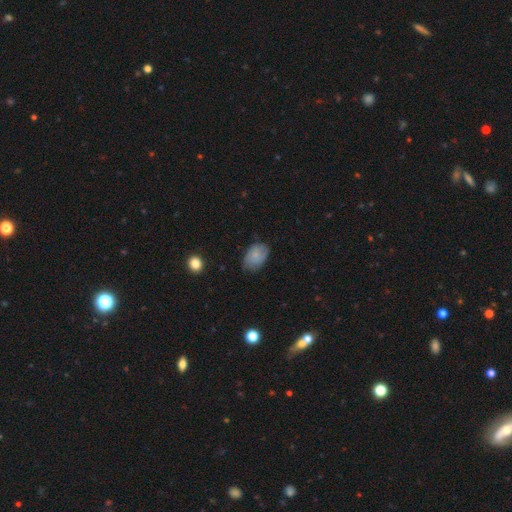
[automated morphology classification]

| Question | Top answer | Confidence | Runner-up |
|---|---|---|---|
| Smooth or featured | smooth | 74% | featured or disk (19%) |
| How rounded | in between | 87% | round (11%) |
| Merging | none | 66% | minor disturbance (28%) |